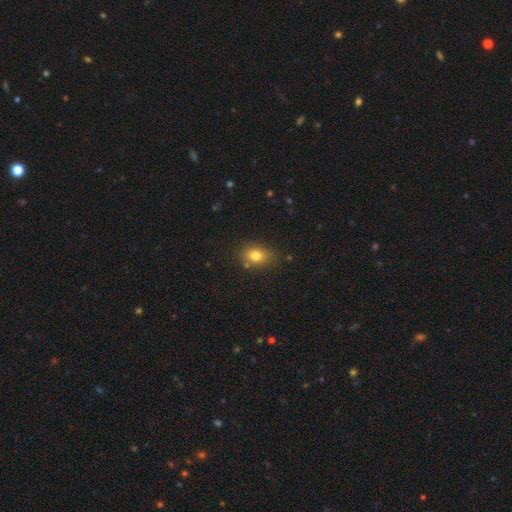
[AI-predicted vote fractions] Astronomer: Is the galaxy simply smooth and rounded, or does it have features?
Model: smooth — 79%.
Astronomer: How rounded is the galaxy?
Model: in between — 63%.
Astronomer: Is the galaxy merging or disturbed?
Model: none — 75%.